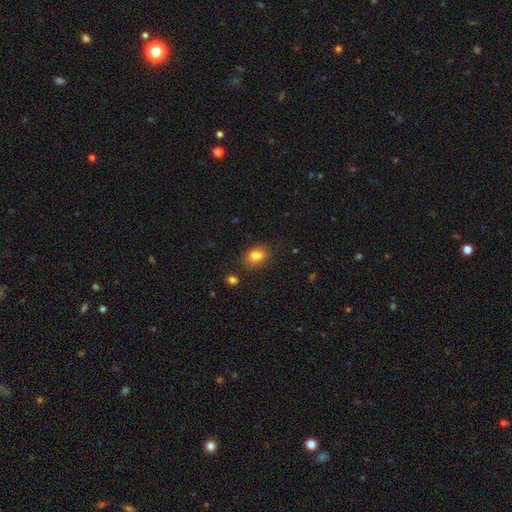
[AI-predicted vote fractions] smooth-or-featured: smooth: 84% | star or artifact: 9% | featured or disk: 7%
  how-rounded: in between: 72% | round: 27% | cigar-shaped: 1%
  merging: none: 77% | minor disturbance: 15% | merger: 4% | major disturbance: 4%